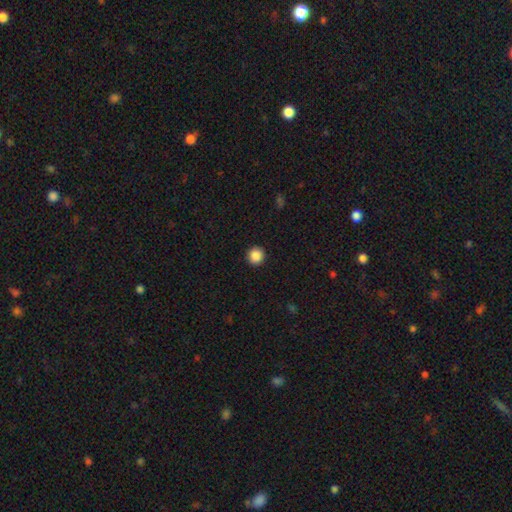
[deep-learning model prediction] smooth-or-featured: smooth: 88% | star or artifact: 9% | featured or disk: 3%
  how-rounded: round: 94% | in between: 6% | cigar-shaped: 1%
  merging: none: 93% | minor disturbance: 5% | major disturbance: 2% | merger: 1%